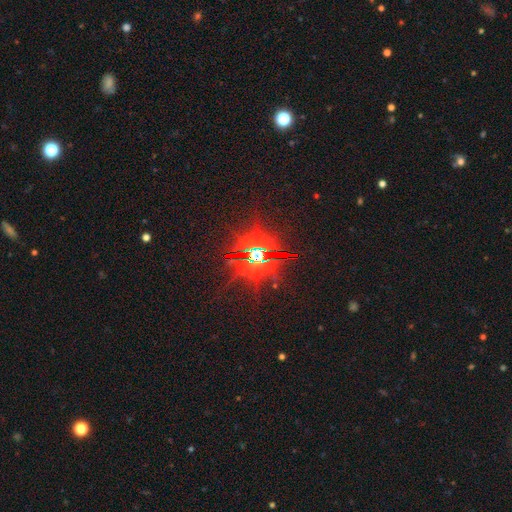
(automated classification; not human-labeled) Smooth or featured?
  - star or artifact: 83% *
  - featured or disk: 10%
  - smooth: 8%